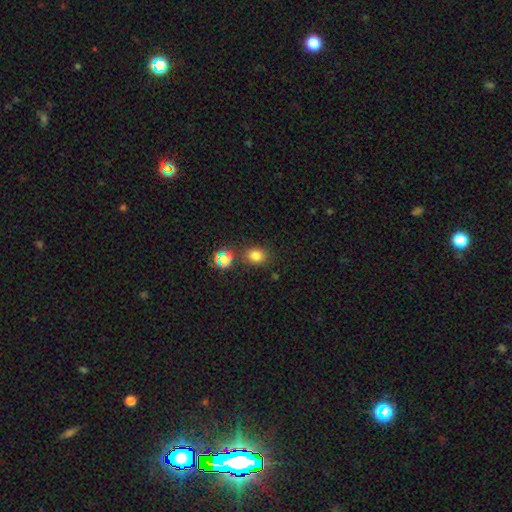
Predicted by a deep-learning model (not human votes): A smooth galaxy with no disk features (77%) that is round (55%).

Vote fractions:
- Smooth or featured? smooth: 77% / star or artifact: 17% / featured or disk: 6%
- How rounded? round: 55% / in between: 44% / cigar-shaped: 1%
- Merging? none: 79% / minor disturbance: 11% / merger: 7% / major disturbance: 4%